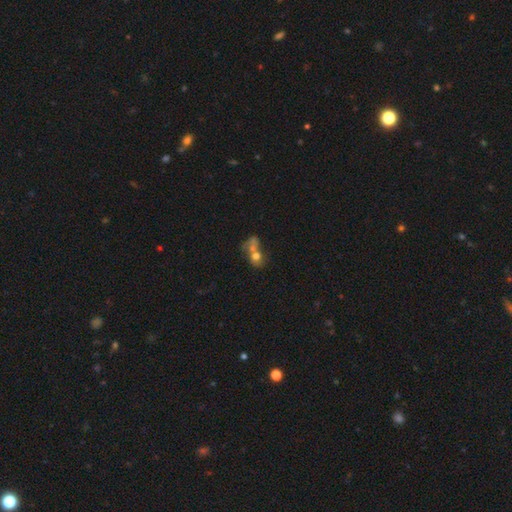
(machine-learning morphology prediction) This appears to be a smooth galaxy with no disk features (58%) that is round (54%). Merging: merger (64%).